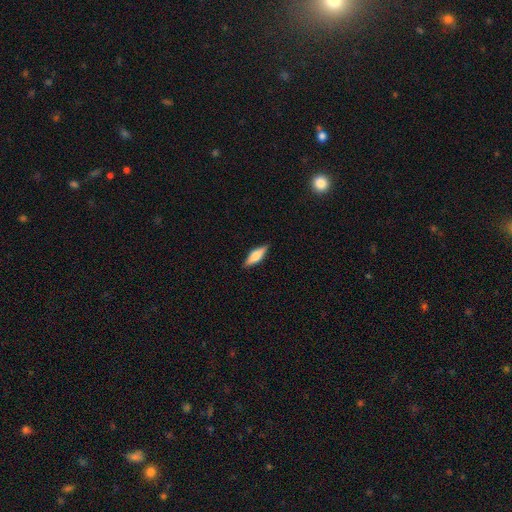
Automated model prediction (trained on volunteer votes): A smooth galaxy with no disk features (53%) that is in between round and cigar-shaped (49%).

Vote fractions:
- Smooth or featured? smooth: 53% / featured or disk: 40% / star or artifact: 6%
- How rounded? in between: 49% / cigar-shaped: 48% / round: 3%
- Merging? none: 88% / minor disturbance: 9% / major disturbance: 2% / merger: 1%